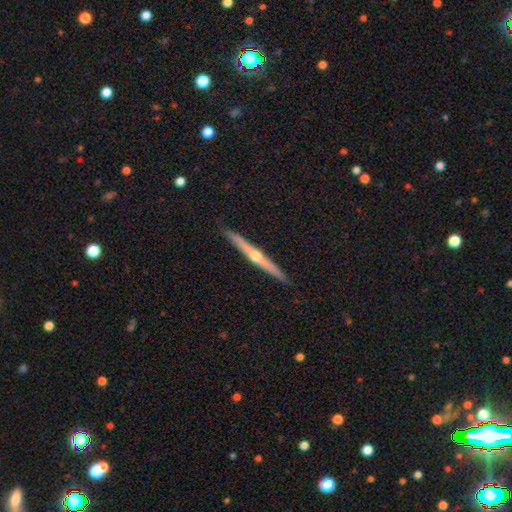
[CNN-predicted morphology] This appears to be a featured or disk galaxy (77%) viewed edge-on (98%) with a rounded central bulge (88%). Merging: none (92%).